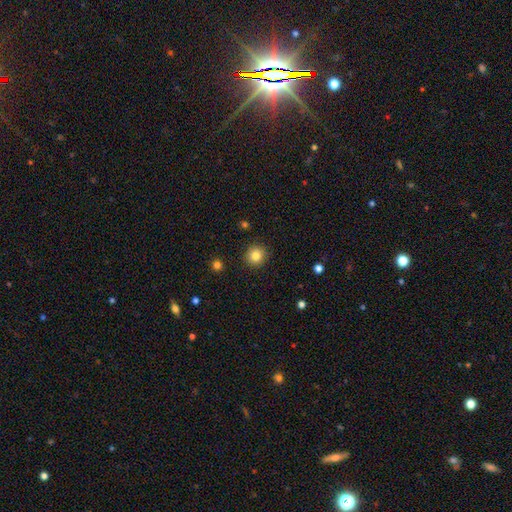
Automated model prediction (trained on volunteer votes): Smooth or featured: smooth — 83% (star or artifact — 11%)
How rounded: round — 93% (in between — 6%)
Merging: none — 92% (minor disturbance — 5%)